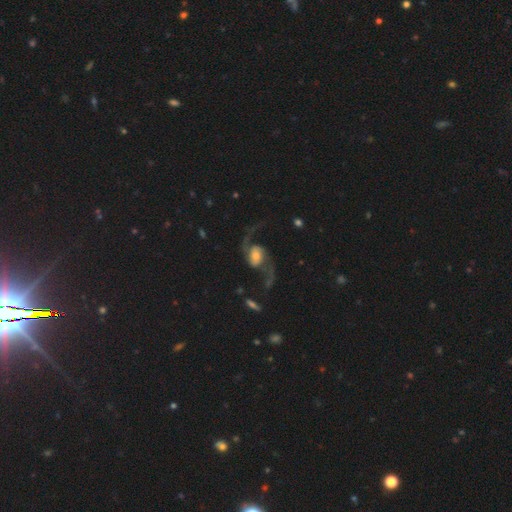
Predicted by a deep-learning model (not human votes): featured or disk 87%, smooth 8%, star or artifact 5%. Down the decision tree: edge-on disk — no (97%); bar — no (53%); spiral arms — yes (96%); spiral arm count — 2 (93%); spiral winding — loose (80%); bulge size — moderate (50%); merging — none (63%).